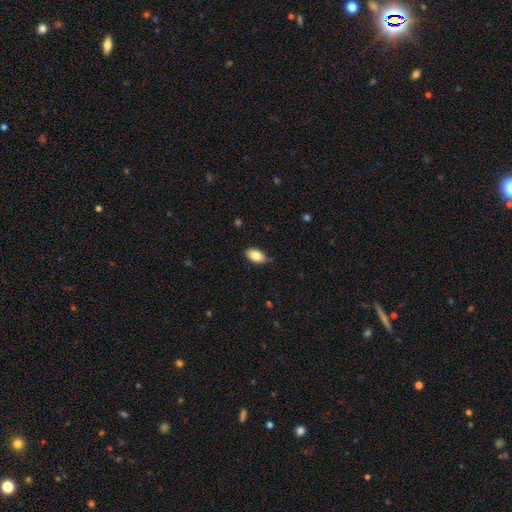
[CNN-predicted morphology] smooth-or-featured: smooth: 82% | featured or disk: 10% | star or artifact: 7%
  how-rounded: in between: 93% | round: 5% | cigar-shaped: 2%
  merging: none: 83% | minor disturbance: 14% | major disturbance: 2% | merger: 1%